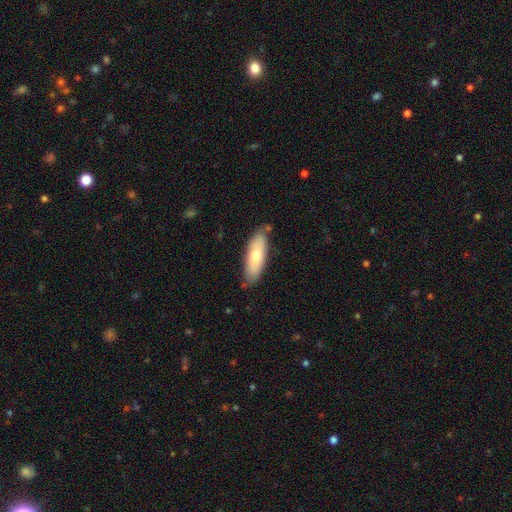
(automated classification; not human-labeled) Overall: smooth (66%; featured or disk 28%). How rounded: in between (58%; cigar-shaped 41%). Merging: none (78%).